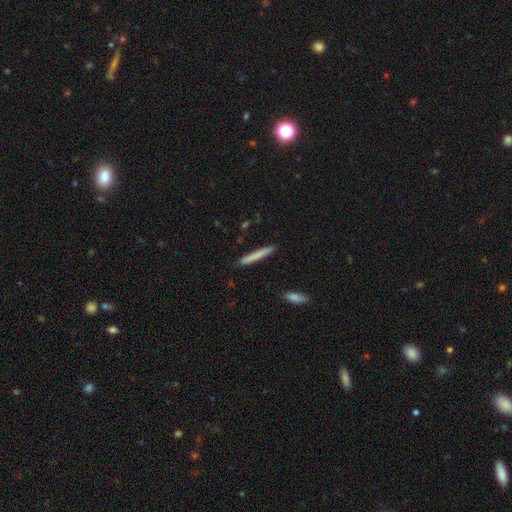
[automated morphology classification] The model was most divided on "smooth or featured": smooth: 77%, featured or disk: 17%, star or artifact: 6%. More confident: how rounded — cigar-shaped (96%); merging — none (90%).